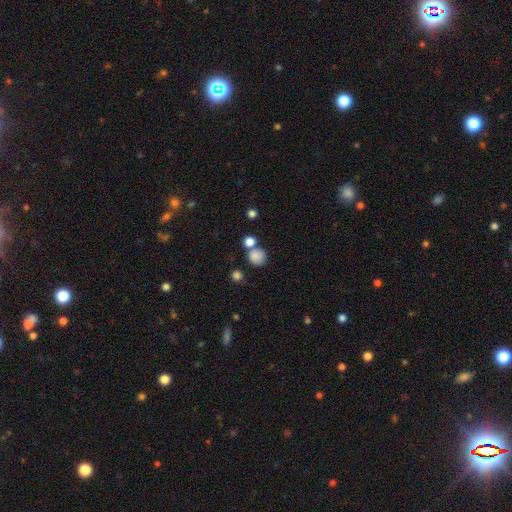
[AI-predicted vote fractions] Smooth or featured: smooth — 84% (star or artifact — 10%)
How rounded: round — 89% (in between — 10%)
Merging: none — 64% (merger — 23%)